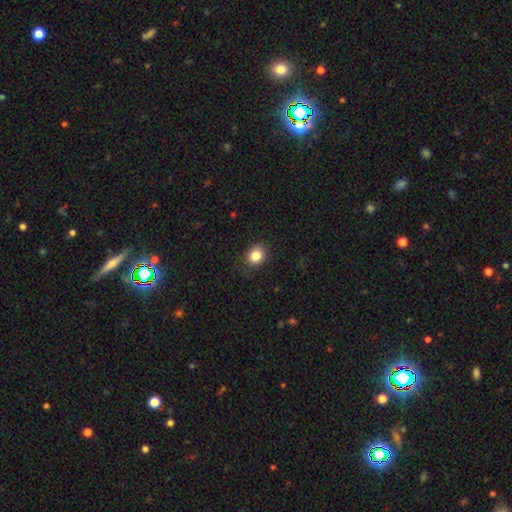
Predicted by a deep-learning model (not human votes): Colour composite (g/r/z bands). It shows a smooth galaxy with no disk features (85%) that is round (68%). Merging: none (86%).